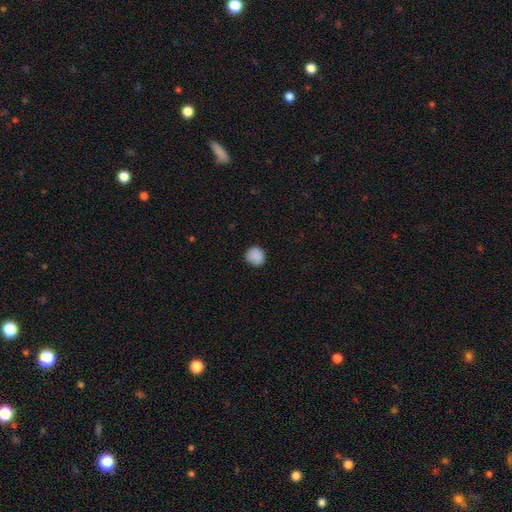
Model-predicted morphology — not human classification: This is clearly a smooth galaxy (89%). How rounded: clearly round (91%). Merging: clearly none (89%).